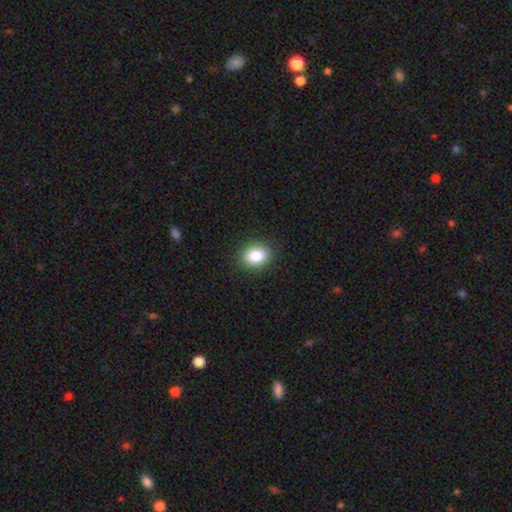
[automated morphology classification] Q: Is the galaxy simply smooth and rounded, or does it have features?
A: smooth — 85%.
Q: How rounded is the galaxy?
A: in between — 59%.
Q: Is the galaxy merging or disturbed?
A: none — 89%.